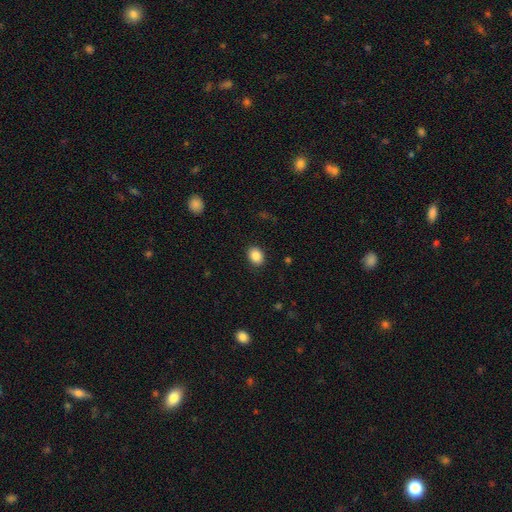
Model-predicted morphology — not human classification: smooth_or_featured: smooth (p=0.87) [alt: star or artifact p=0.08]
how_rounded: in between (p=0.63) [alt: round p=0.36]
merging: none (p=0.89) [alt: minor disturbance p=0.08]